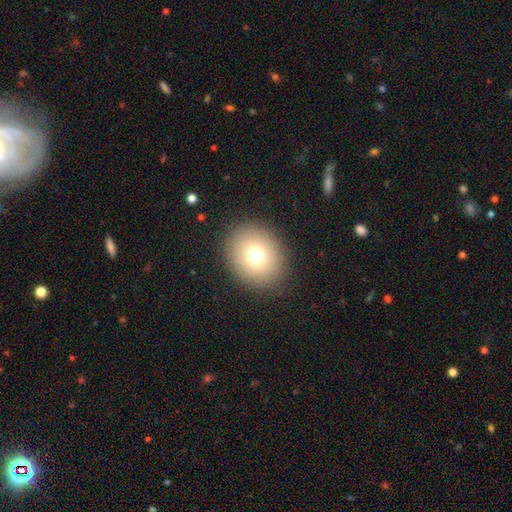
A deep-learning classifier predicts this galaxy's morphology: Smooth or featured? smooth (72%)
How rounded? round (67%)
Merging? none (89%)